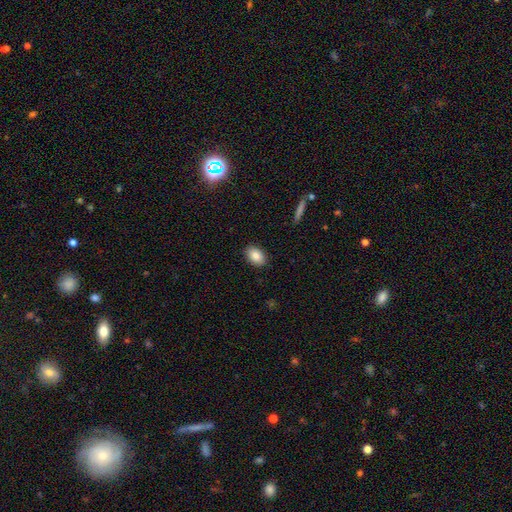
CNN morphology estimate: Q: Smooth or featured?
A: smooth (88%); runner-up: star or artifact (7%)
Q: How rounded?
A: in between (88%); runner-up: round (10%)
Q: Merging?
A: none (89%); runner-up: minor disturbance (8%)